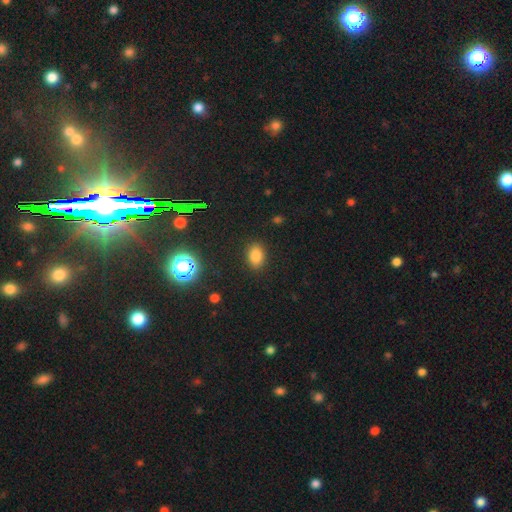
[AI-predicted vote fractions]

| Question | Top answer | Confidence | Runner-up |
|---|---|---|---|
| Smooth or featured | smooth | 80% | star or artifact (14%) |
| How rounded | in between | 77% | round (22%) |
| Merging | none | 88% | minor disturbance (8%) |